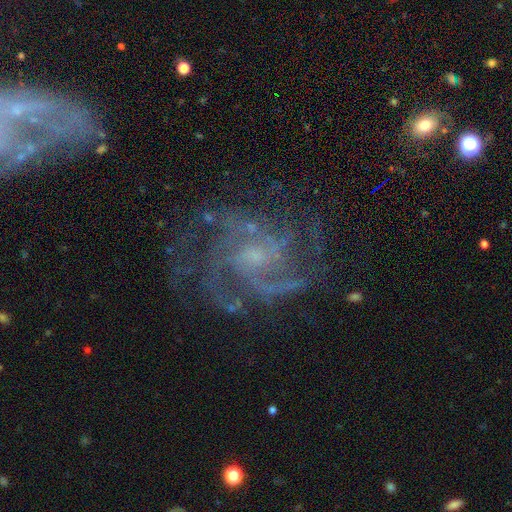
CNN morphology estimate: Smooth or featured? Predicted: featured or disk (p=0.87). Edge-on disk? Predicted: no (p=0.98). Bar? Predicted: no (p=0.56). Spiral arms? Predicted: yes (p=0.96). Spiral winding? Predicted: medium (p=0.47). Spiral arm count? Predicted: 3 (p=0.28). Bulge size? Predicted: small (p=0.63). Merging? Predicted: none (p=0.67).